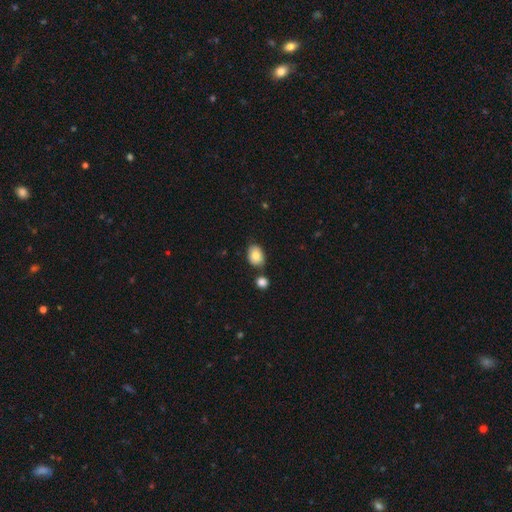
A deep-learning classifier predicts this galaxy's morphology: Smooth or featured: smooth — 80% (featured or disk — 11%)
How rounded: in between — 73% (round — 26%)
Merging: none — 75% (minor disturbance — 13%)